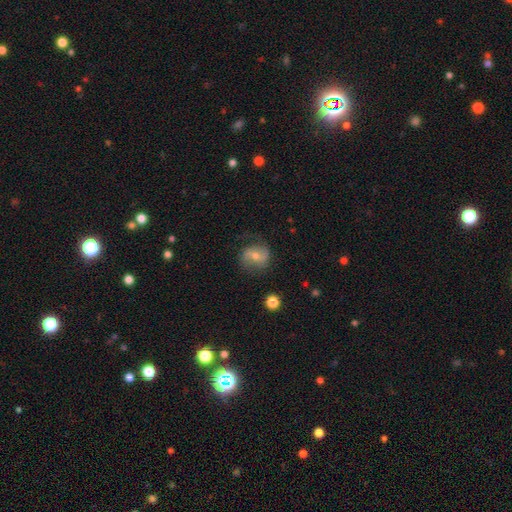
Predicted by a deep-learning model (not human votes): featured or disk 54%, smooth 37%, star or artifact 9%. Down the decision tree: edge-on disk — no (96%); bar — no (41%, tied with weak); spiral arms — yes (82%); bulge size — moderate (54%); merging — none (69%).